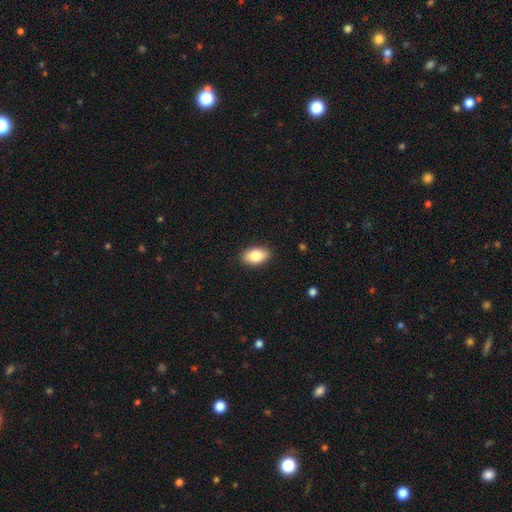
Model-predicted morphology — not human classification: A smooth galaxy with no disk features (84%) that is in between round and cigar-shaped (92%). Merging: none (89%).